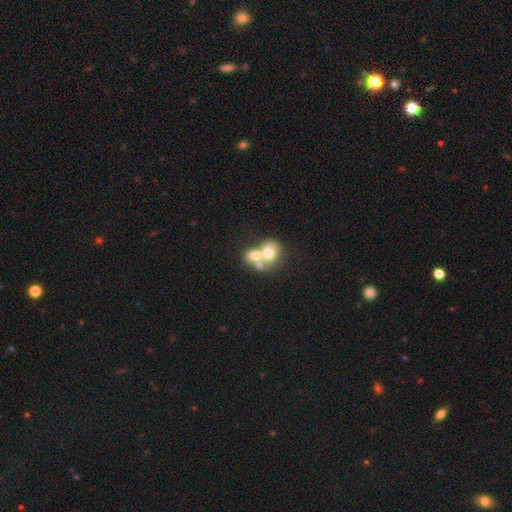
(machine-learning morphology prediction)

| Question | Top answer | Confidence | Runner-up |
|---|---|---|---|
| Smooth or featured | smooth | 62% | featured or disk (27%) |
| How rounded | round | 56% | in between (43%) |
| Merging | merger | 71% | none (19%) |